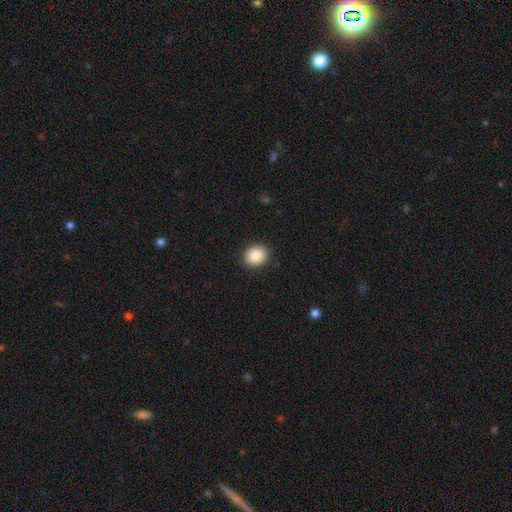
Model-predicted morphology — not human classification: smooth_or_featured: smooth (p=0.88) [alt: star or artifact p=0.08]
how_rounded: round (p=0.72) [alt: in between p=0.27]
merging: none (p=0.91) [alt: minor disturbance p=0.06]